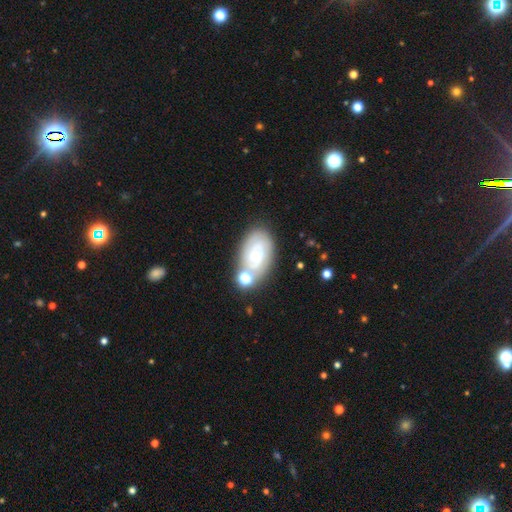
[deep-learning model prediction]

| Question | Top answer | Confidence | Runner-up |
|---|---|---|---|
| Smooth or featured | featured or disk | 65% | smooth (25%) |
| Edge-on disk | no | 96% | yes (4%) |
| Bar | no | 68% | weak (26%) |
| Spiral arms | yes | 83% | no (17%) |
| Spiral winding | tight | 61% | medium (29%) |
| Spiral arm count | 2 | 39% | can't tell (37%) |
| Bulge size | small | 71% | moderate (17%) |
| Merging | none | 60% | minor disturbance (18%) |